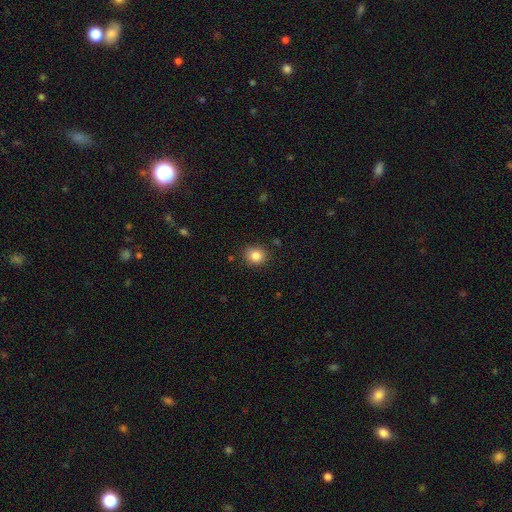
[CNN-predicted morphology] smooth_or_featured: smooth (p=0.85) [alt: star or artifact p=0.10]
how_rounded: round (p=0.79) [alt: in between p=0.20]
merging: none (p=0.87) [alt: minor disturbance p=0.09]